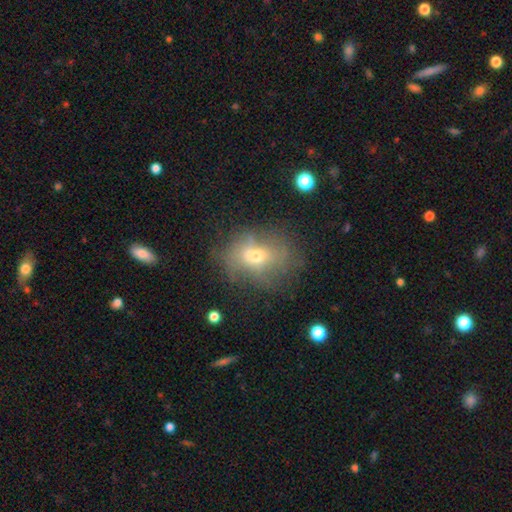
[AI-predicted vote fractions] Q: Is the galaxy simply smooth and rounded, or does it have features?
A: smooth — 51%.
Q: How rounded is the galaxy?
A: in between — 52%.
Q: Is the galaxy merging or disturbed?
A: none — 52%.